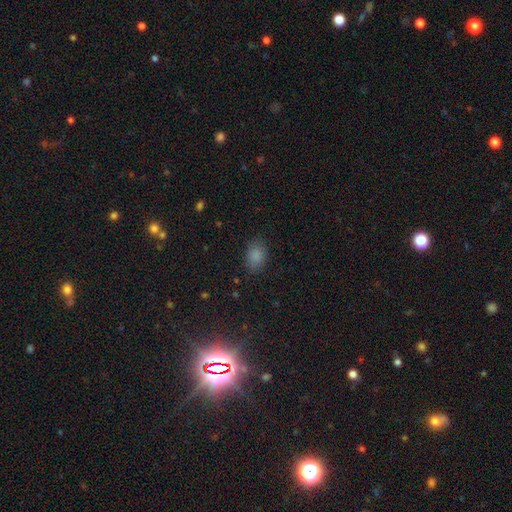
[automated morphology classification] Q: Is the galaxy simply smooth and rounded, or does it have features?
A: smooth — 85%.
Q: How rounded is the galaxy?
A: in between — 82%.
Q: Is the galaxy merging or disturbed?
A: none — 82%.